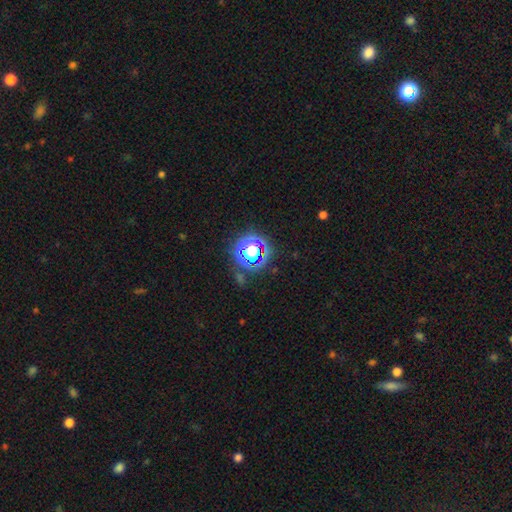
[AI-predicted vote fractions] The model was most divided on "smooth or featured": star or artifact: 59%, smooth: 30%, featured or disk: 11%.